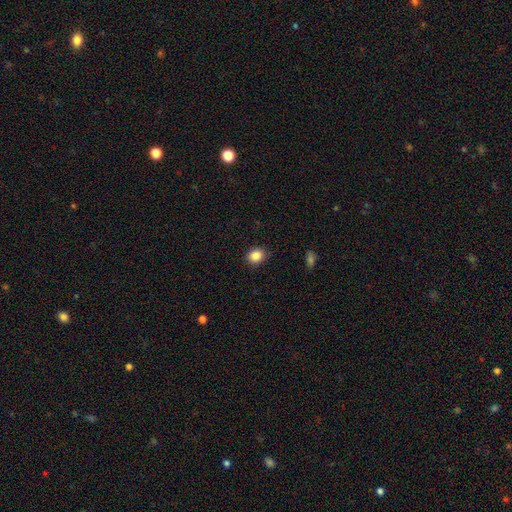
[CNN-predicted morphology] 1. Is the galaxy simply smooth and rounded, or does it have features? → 87% smooth, 9% star or artifact, 4% featured or disk.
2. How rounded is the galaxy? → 56% round, 43% in between, 1% cigar-shaped.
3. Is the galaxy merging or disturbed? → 86% none, 10% minor disturbance, 2% major disturbance, 1% merger.